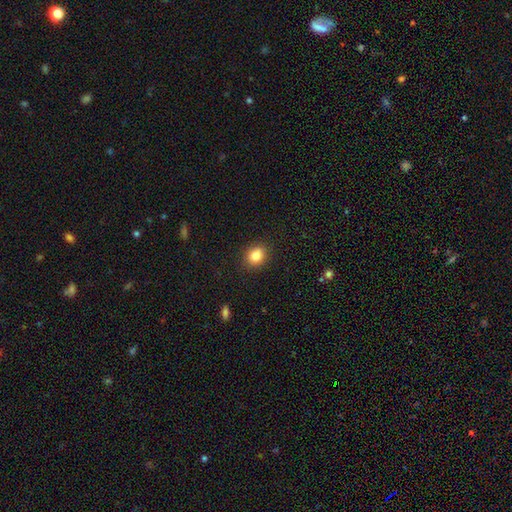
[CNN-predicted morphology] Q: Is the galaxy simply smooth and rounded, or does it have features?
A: smooth — 84%.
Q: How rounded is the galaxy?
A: round — 60%.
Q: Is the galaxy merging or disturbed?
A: none — 88%.